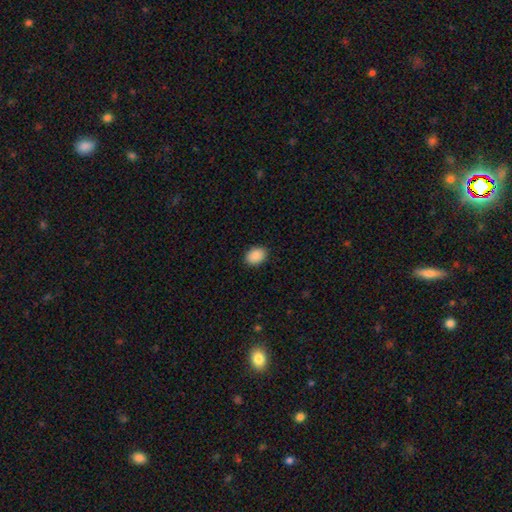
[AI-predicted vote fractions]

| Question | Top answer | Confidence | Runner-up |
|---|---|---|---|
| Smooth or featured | smooth | 90% | star or artifact (7%) |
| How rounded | in between | 70% | round (29%) |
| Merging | none | 89% | minor disturbance (8%) |